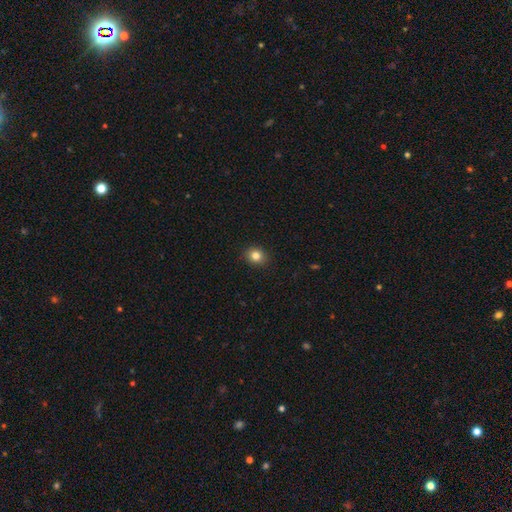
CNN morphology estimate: This appears to be a smooth galaxy with no disk features (83%) that is round (70%). Merging: none (90%).